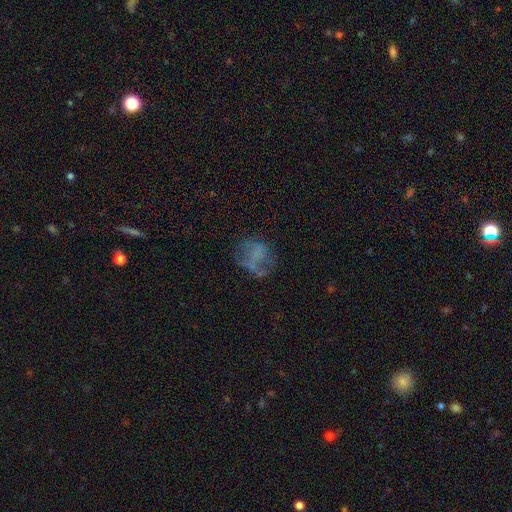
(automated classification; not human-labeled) A smooth galaxy with no disk features (42%).

Vote fractions:
- Smooth or featured? smooth: 42% / featured or disk: 41% / star or artifact: 17%
- Merging? none: 48% / major disturbance: 27% / minor disturbance: 21% / merger: 4%